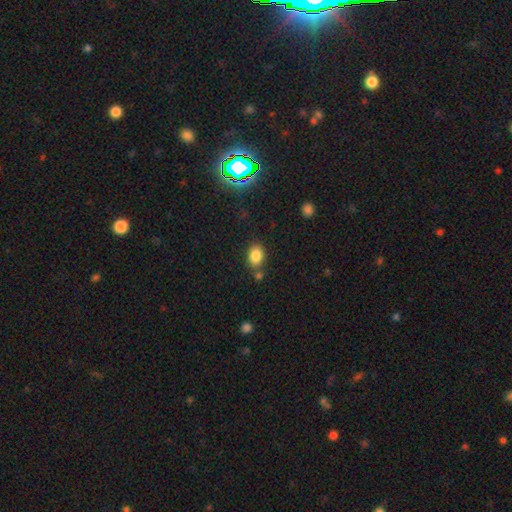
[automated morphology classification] This appears to be a smooth galaxy with no disk features (83%) that is in between round and cigar-shaped (73%). Merging: none (73%).